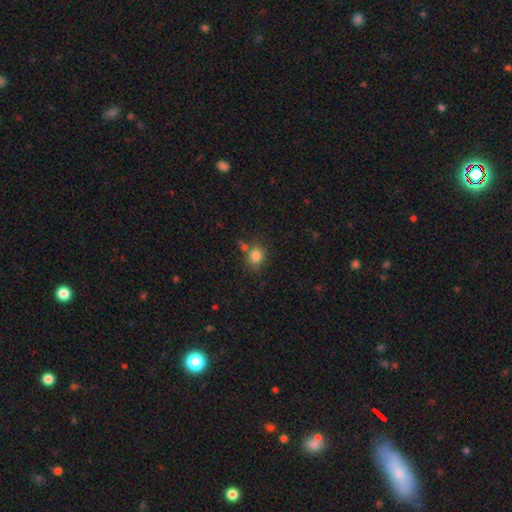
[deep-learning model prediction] Smooth or featured? Predicted: smooth (p=0.83). How rounded? Predicted: round (p=0.72). Merging? Predicted: none (p=0.70).